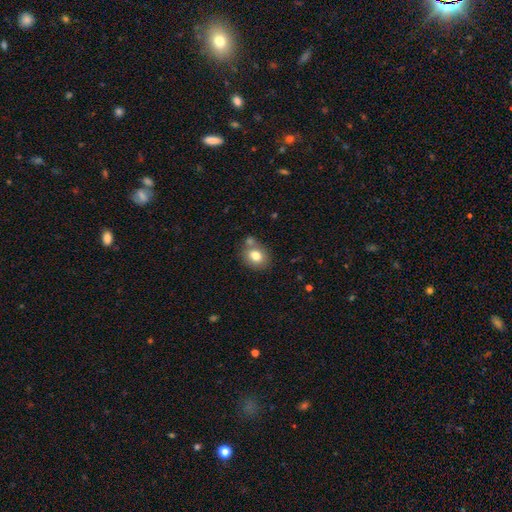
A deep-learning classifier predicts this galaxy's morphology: Overall: smooth (79%). How rounded: round (53%; in between 46%). Merging: none (62%).